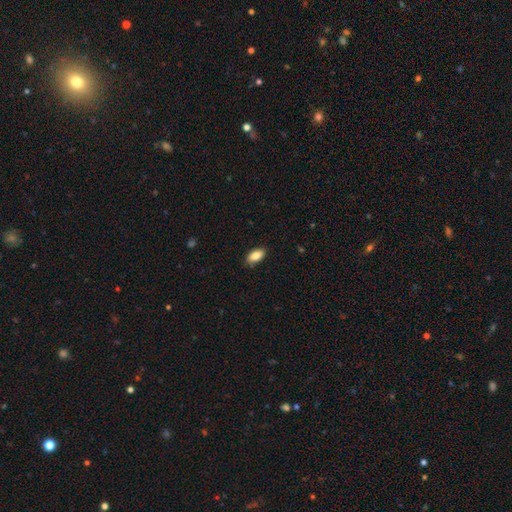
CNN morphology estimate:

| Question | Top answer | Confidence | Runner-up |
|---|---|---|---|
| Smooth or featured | smooth | 86% | star or artifact (7%) |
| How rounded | in between | 92% | cigar-shaped (4%) |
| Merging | none | 84% | minor disturbance (13%) |